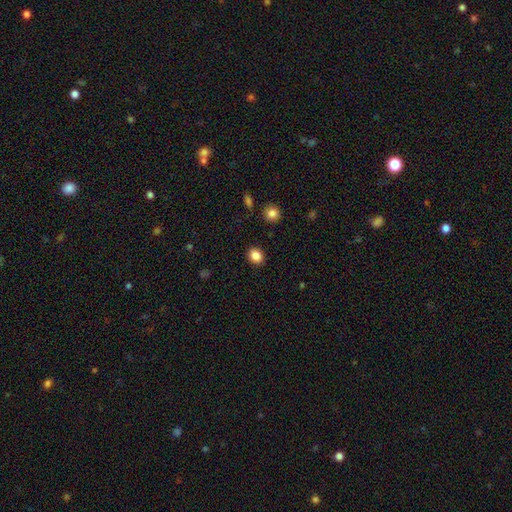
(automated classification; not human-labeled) smooth_or_featured: smooth (p=0.86) [alt: star or artifact p=0.10]
how_rounded: round (p=0.55) [alt: in between p=0.44]
merging: none (p=0.89) [alt: minor disturbance p=0.07]